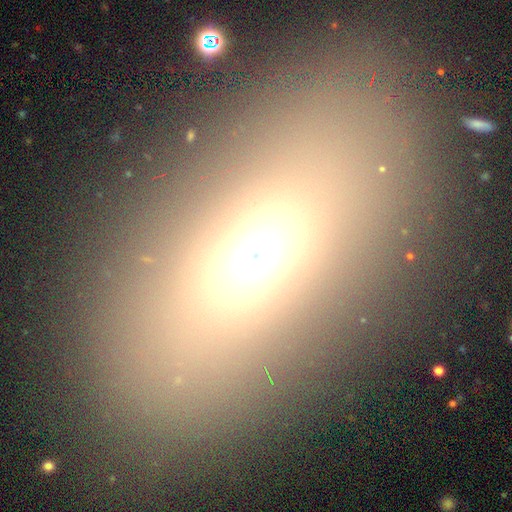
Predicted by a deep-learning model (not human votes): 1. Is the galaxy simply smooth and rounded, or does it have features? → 57% smooth, 24% featured or disk, 19% star or artifact.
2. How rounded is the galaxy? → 83% in between, 9% cigar-shaped, 8% round.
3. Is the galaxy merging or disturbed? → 81% none, 10% minor disturbance, 6% major disturbance, 3% merger.